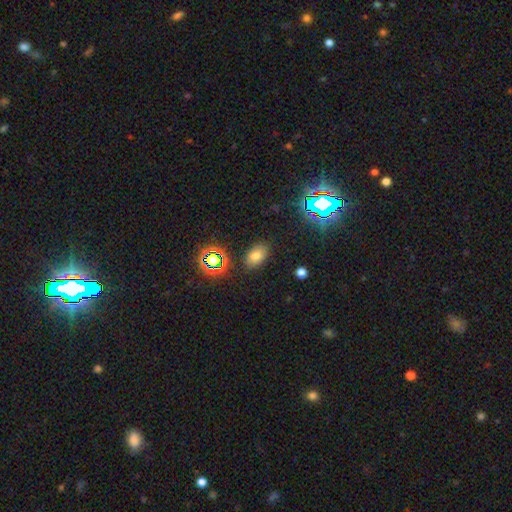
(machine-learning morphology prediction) Overall: smooth (69%). How rounded: in between (86%). Merging: none (84%).